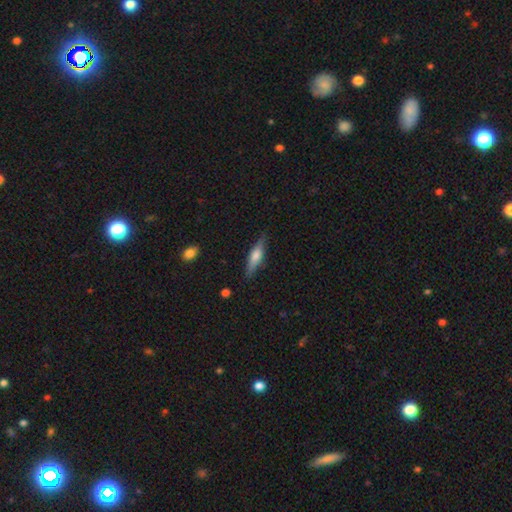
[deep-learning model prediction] The model was most divided on "smooth or featured": featured or disk: 48%, smooth: 45%, star or artifact: 6%. More confident: merging — none (85%).